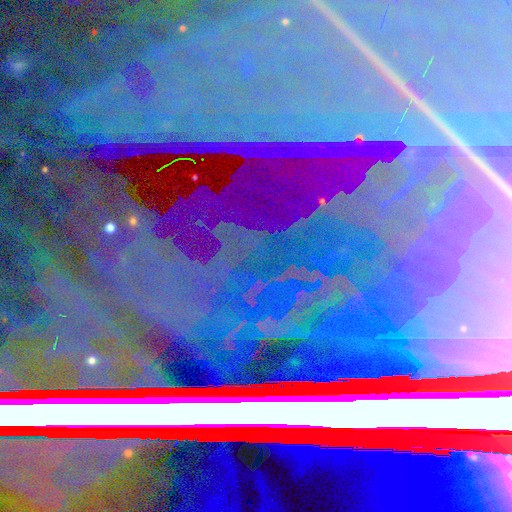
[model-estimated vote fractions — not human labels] Q: Smooth or featured?
A: star or artifact (83%); runner-up: featured or disk (10%)